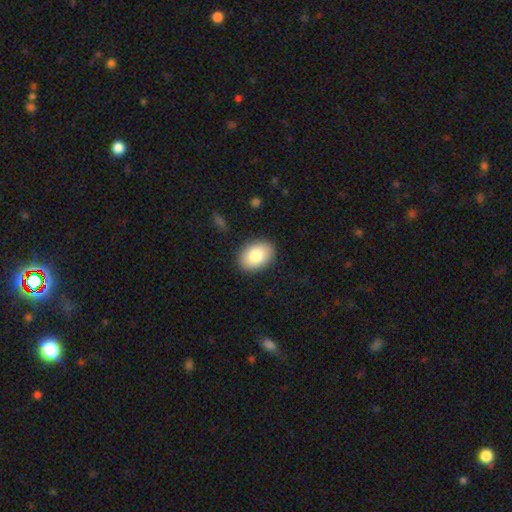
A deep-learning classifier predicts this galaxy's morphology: Smooth or featured? smooth (83%)
How rounded? in between (80%)
Merging? none (89%)